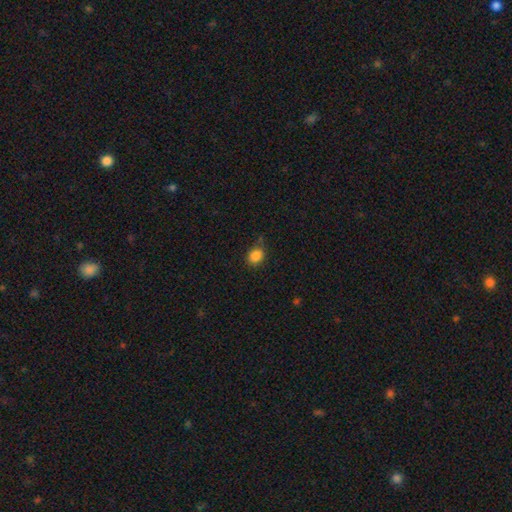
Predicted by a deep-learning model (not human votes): Smooth or featured? Predicted: smooth (p=0.86). How rounded? Predicted: round (p=0.61). Merging? Predicted: none (p=0.74).